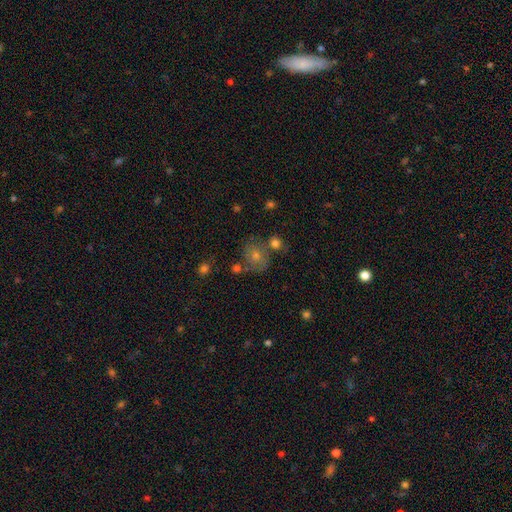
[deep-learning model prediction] This is marginally a smooth galaxy (40%). Merging: likely none (65%).